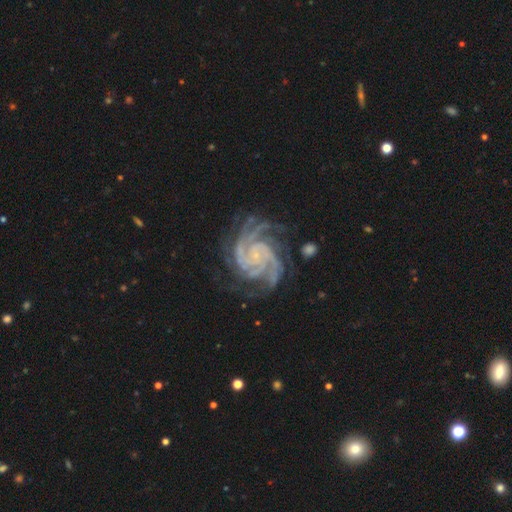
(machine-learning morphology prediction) Smooth or featured?
  - featured or disk: 92% *
  - star or artifact: 5%
  - smooth: 3%
Edge-on disk?
  - no: 98% *
  - yes: 2%
Bar?
  - no: 64% *
  - weak: 25%
  - strong: 11%
Spiral arms?
  - yes: 99% *
  - no: 1%
Spiral winding?
  - tight: 70% *
  - medium: 27%
  - loose: 3%
Spiral arm count?
  - 4: 33% *
  - 3: 23%
  - more than 4: 14%
  - can't tell: 11%
  - 2: 10%
  - 1: 8%
Bulge size?
  - small: 75% *
  - none: 15%
  - moderate: 7%
  - large: 1%
  - dominant: 1%
Merging?
  - none: 71% *
  - minor disturbance: 17%
  - major disturbance: 10%
  - merger: 2%